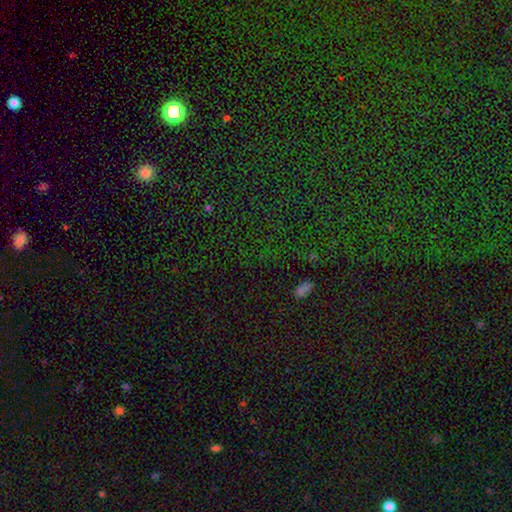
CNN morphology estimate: Smooth or featured? Predicted: star or artifact (p=0.78).